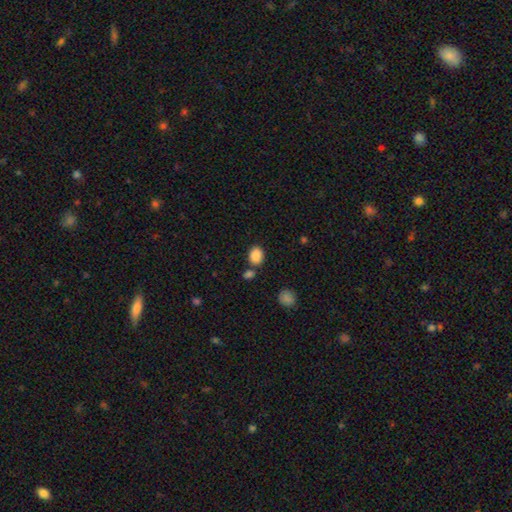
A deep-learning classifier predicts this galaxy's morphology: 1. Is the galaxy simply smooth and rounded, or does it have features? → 87% smooth, 9% star or artifact, 4% featured or disk.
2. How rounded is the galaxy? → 60% in between, 39% round, 1% cigar-shaped.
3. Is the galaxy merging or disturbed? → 72% none, 13% merger, 12% minor disturbance, 4% major disturbance.